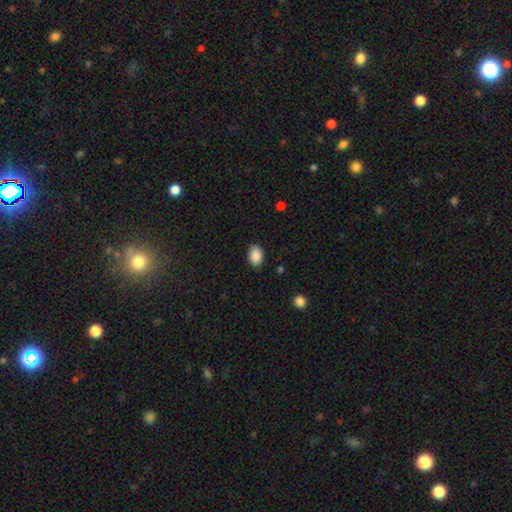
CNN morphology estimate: smooth 90%, star or artifact 8%, featured or disk 3%. Down the decision tree: how rounded — in between (79%); merging — none (87%).